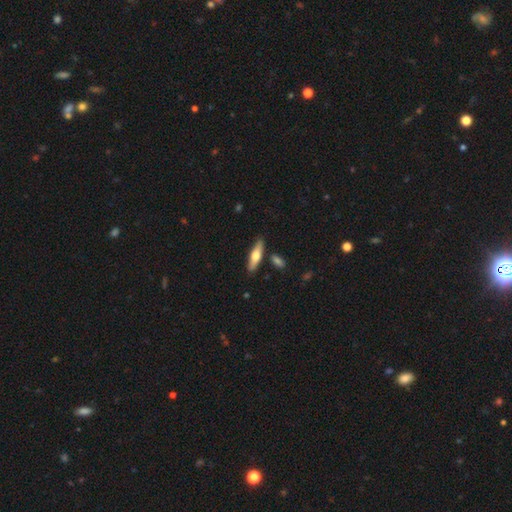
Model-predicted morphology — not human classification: Smooth or featured?
  - smooth: 55% *
  - featured or disk: 39%
  - star or artifact: 5%
How rounded?
  - cigar-shaped: 64% *
  - in between: 34%
  - round: 2%
Merging?
  - none: 83% *
  - minor disturbance: 11%
  - merger: 4%
  - major disturbance: 2%